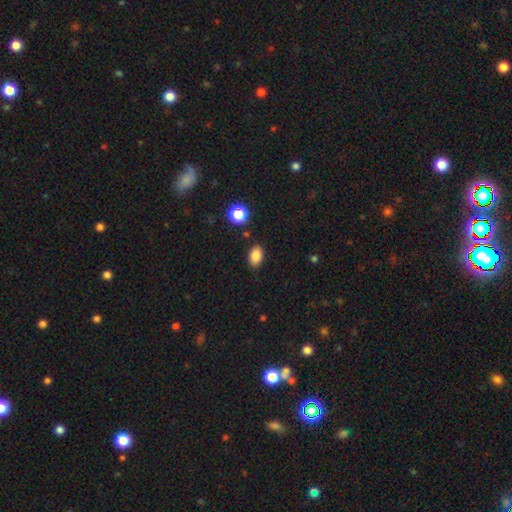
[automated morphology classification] smooth_or_featured: smooth (p=0.85) [alt: star or artifact p=0.10]
how_rounded: in between (p=0.86) [alt: round p=0.13]
merging: none (p=0.85) [alt: minor disturbance p=0.10]